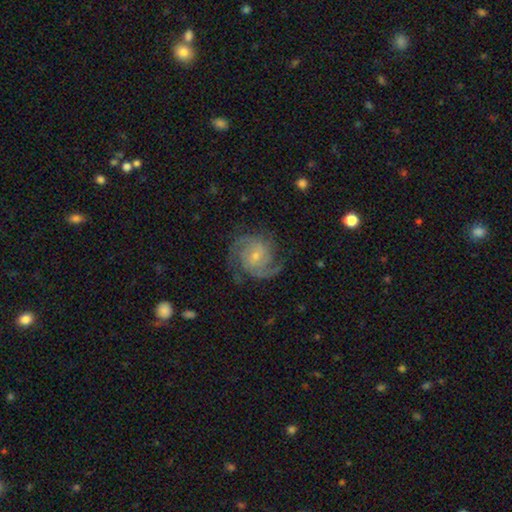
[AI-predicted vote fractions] featured or disk 89%, smooth 6%, star or artifact 5%. Down the decision tree: edge-on disk — no (98%); bar — no (55%); spiral arms — yes (98%); spiral arm count — 2 (65%); spiral winding — medium (47%); bulge size — small (70%); merging — none (77%).